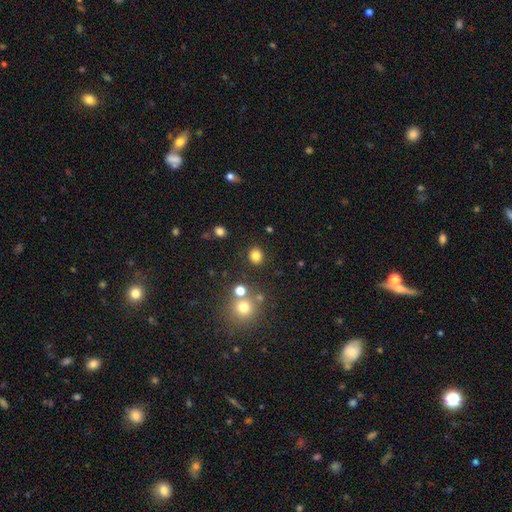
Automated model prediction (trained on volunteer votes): Morphology: type=smooth (80%); roundness=round (81%); merging=none (87%).